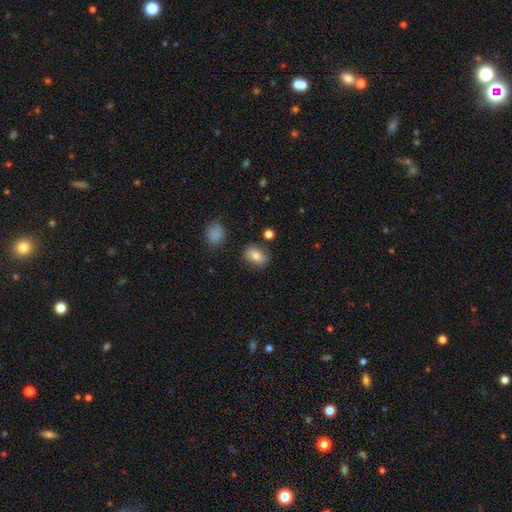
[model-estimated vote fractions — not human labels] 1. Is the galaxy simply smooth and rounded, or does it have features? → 79% smooth, 11% featured or disk, 10% star or artifact.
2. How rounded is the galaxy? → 71% in between, 28% round, 2% cigar-shaped.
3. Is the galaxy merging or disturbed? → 77% none, 16% minor disturbance, 4% major disturbance, 4% merger.